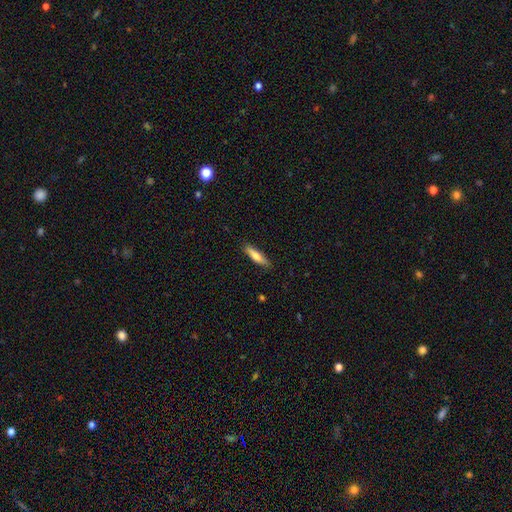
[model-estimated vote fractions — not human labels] Overall: smooth (74%). How rounded: cigar-shaped (72%). Merging: none (85%).